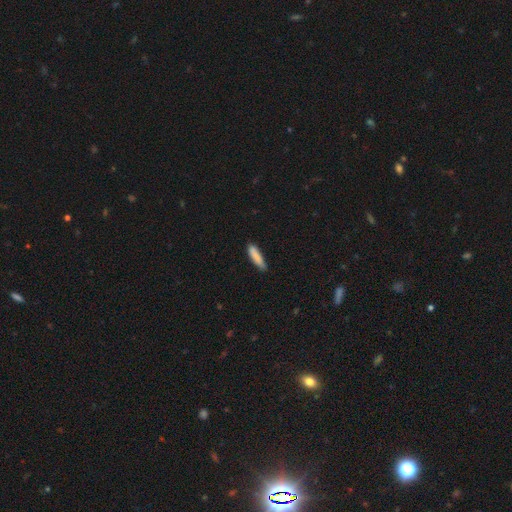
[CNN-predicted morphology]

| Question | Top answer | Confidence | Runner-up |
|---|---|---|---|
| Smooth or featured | smooth | 86% | featured or disk (8%) |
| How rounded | cigar-shaped | 80% | in between (19%) |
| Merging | none | 77% | minor disturbance (19%) |